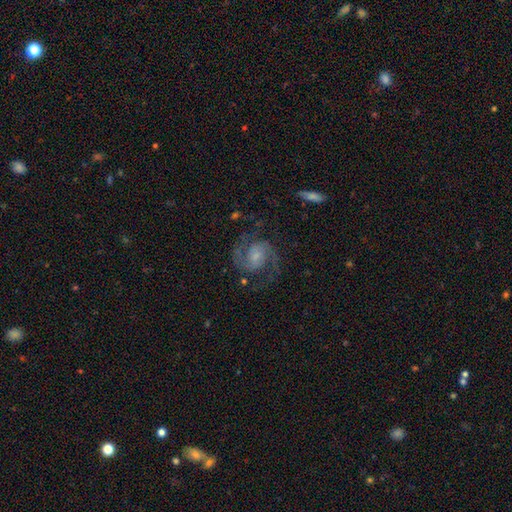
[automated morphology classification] Q: Smooth or featured?
A: featured or disk (90%); runner-up: star or artifact (5%)
Q: Edge-on disk?
A: no (98%); runner-up: yes (2%)
Q: Bar?
A: no (47%); runner-up: weak (42%)
Q: Spiral arms?
A: yes (98%); runner-up: no (2%)
Q: Spiral winding?
A: medium (63%); runner-up: tight (23%)
Q: Spiral arm count?
A: 2 (92%); runner-up: 3 (2%)
Q: Bulge size?
A: small (51%); runner-up: moderate (27%)
Q: Merging?
A: none (77%); runner-up: minor disturbance (13%)